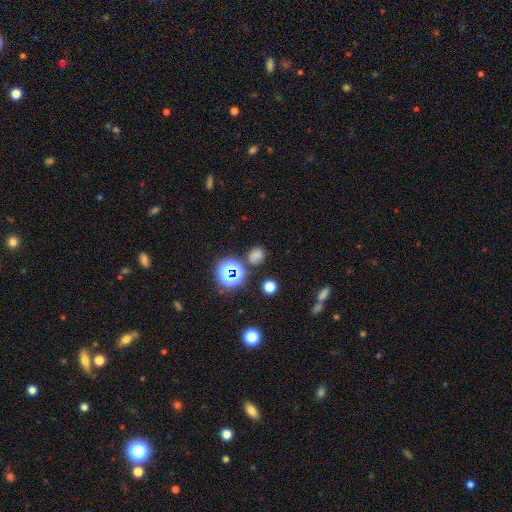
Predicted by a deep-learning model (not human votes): This appears to be a smooth galaxy with no disk features (65%) that is round (66%). Merging: none (76%).